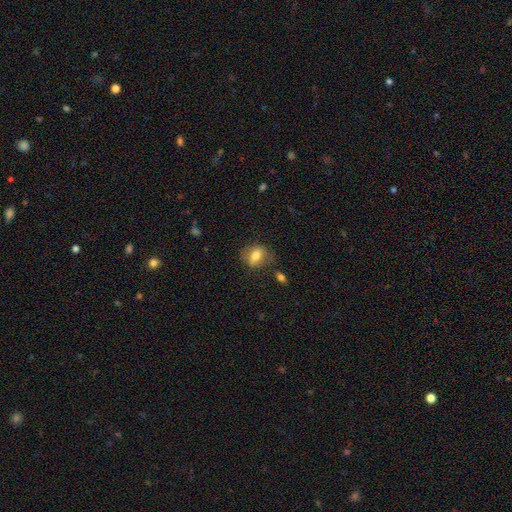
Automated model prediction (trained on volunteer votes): Q: Smooth or featured?
A: smooth (75%); runner-up: featured or disk (17%)
Q: How rounded?
A: in between (66%); runner-up: round (31%)
Q: Merging?
A: none (71%); runner-up: minor disturbance (19%)